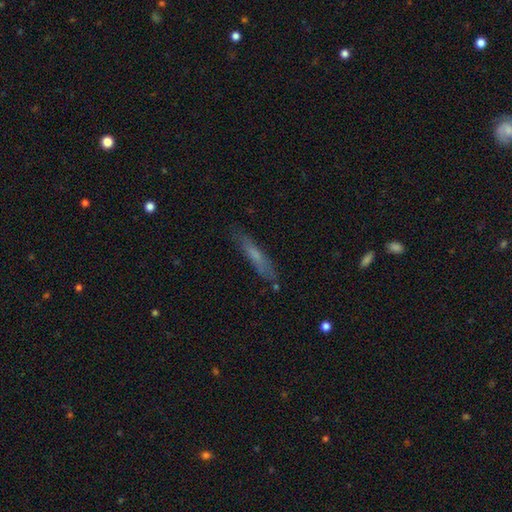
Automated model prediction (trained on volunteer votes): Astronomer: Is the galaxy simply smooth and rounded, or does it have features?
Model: smooth — 58%.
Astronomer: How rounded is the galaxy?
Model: cigar-shaped — 89%.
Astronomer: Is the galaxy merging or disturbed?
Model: none — 79%.